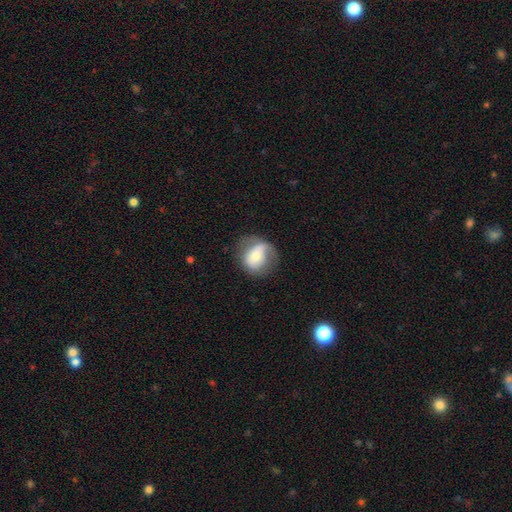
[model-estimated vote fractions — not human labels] smooth-or-featured: smooth: 56% | featured or disk: 36% | star or artifact: 8%
  how-rounded: round: 60% | in between: 38% | cigar-shaped: 1%
  merging: none: 51% | minor disturbance: 27% | major disturbance: 20% | merger: 2%